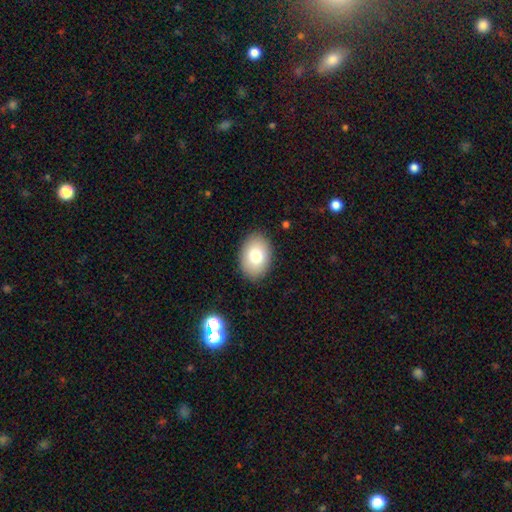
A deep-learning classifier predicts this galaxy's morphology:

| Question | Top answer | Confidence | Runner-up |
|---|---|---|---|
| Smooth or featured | smooth | 78% | featured or disk (14%) |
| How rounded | in between | 82% | round (17%) |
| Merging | none | 88% | minor disturbance (9%) |